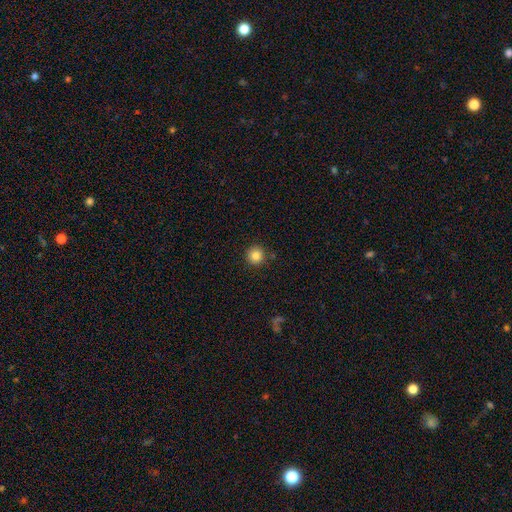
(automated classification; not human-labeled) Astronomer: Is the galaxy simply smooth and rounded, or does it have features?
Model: smooth — 84%.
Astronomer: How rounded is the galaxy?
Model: round — 95%.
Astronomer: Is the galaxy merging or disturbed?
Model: none — 89%.